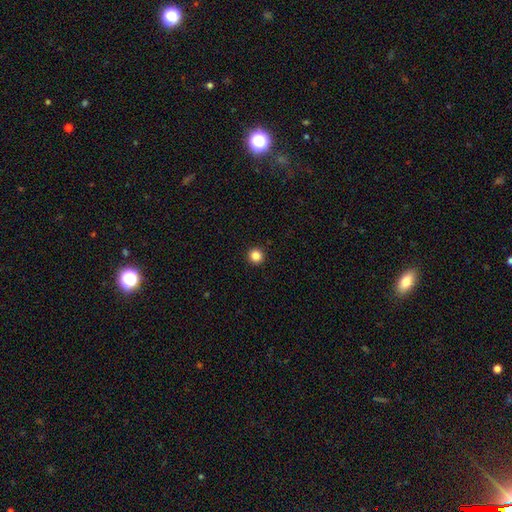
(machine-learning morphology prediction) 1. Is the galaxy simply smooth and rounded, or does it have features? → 85% smooth, 11% star or artifact, 3% featured or disk.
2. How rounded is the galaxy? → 96% round, 3% in between, 1% cigar-shaped.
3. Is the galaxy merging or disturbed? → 94% none, 4% minor disturbance, 1% major disturbance, 1% merger.